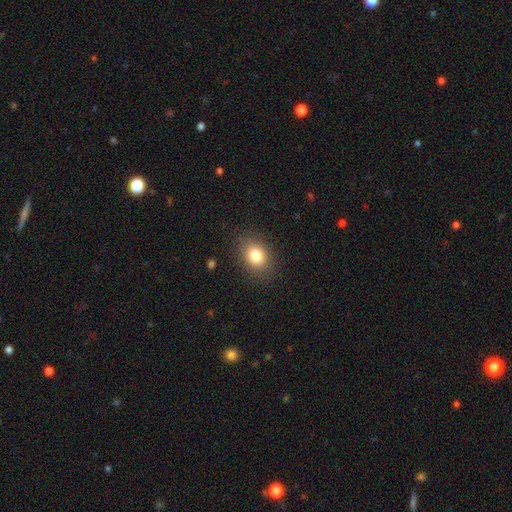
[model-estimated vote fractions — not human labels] Overall: smooth (82%). How rounded: in between (60%; round 39%). Merging: none (85%).